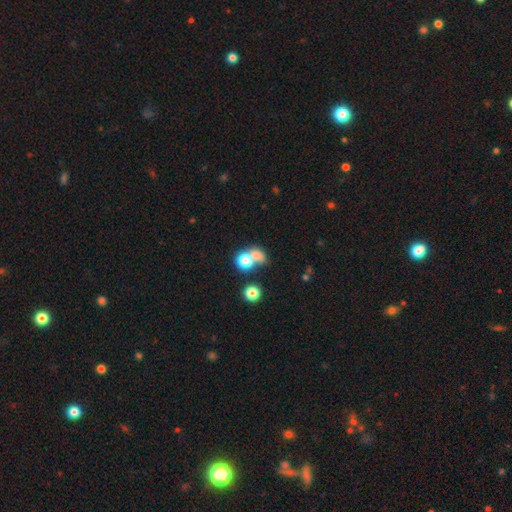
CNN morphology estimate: Smooth or featured: smooth — 68% (star or artifact — 17%)
How rounded: round — 58% (in between — 41%)
Merging: merger — 51% (none — 32%)